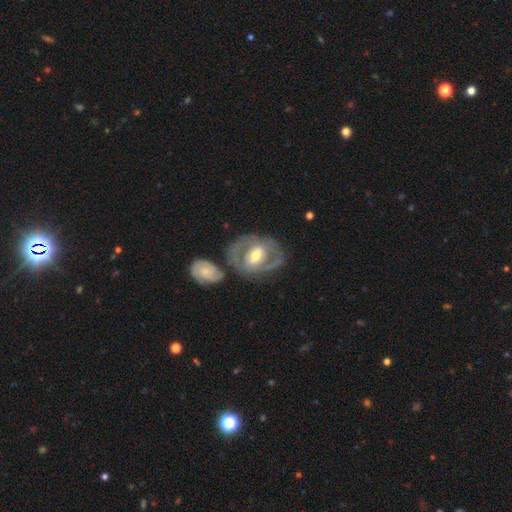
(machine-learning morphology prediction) A featured or disk galaxy (72%) with a weak bar (38%), spiral arms (62%) and a moderate central bulge (68%).

Vote fractions:
- Smooth or featured? featured or disk: 72% / smooth: 23% / star or artifact: 5%
- Edge-on disk? no: 95% / yes: 5%
- Bar? weak: 38% / no: 36% / strong: 26%
- Spiral arms? yes: 62% / no: 38%
- Bulge size? moderate: 68% / small: 20% / large: 10% / dominant: 1% / none: 1%
- Merging? none: 61% / minor disturbance: 16% / merger: 12% / major disturbance: 11%